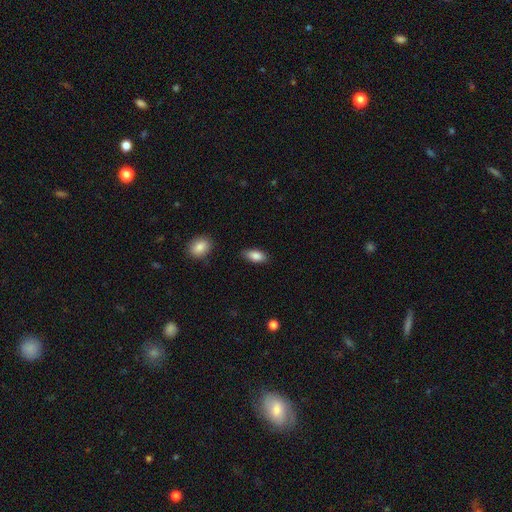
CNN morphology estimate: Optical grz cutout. It shows a smooth galaxy with no disk features (86%) that is in between round and cigar-shaped (89%). Merging: none (82%).